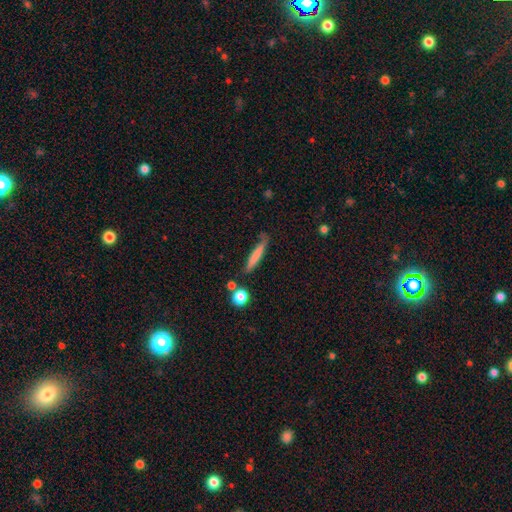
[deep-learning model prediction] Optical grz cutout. It shows a smooth galaxy with no disk features (71%) that is cigar-shaped (92%). Merging: none (70%).